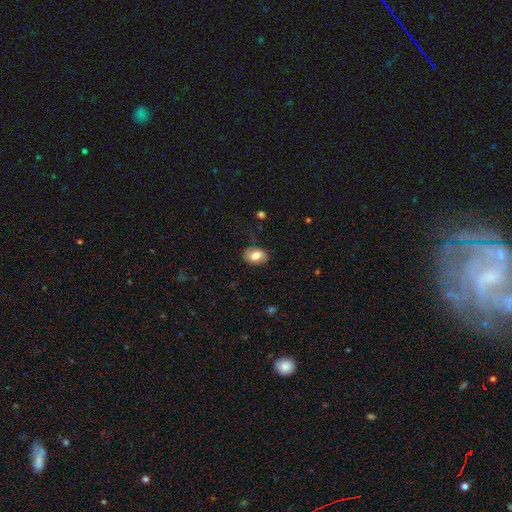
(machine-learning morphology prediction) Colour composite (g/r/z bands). It shows a smooth galaxy with no disk features (77%) that is in between round and cigar-shaped (83%). Merging: none (78%).